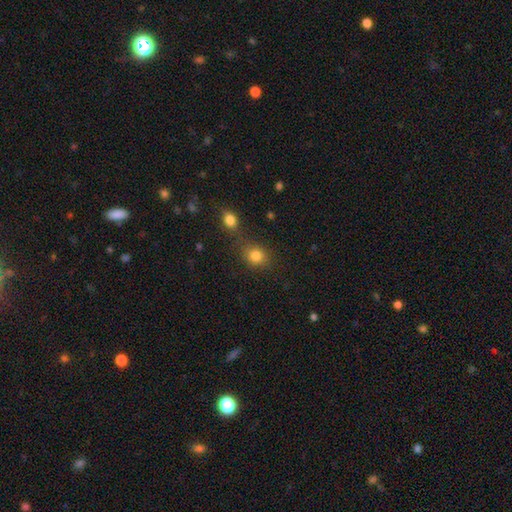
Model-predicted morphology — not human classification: Overall: smooth (83%). How rounded: round (74%). Merging: none (70%).